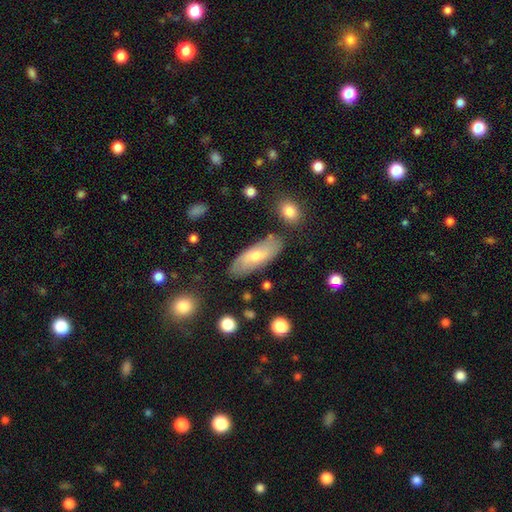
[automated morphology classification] Smooth or featured? Predicted: smooth (p=0.58). How rounded? Predicted: in between (p=0.68). Merging? Predicted: none (p=0.79).